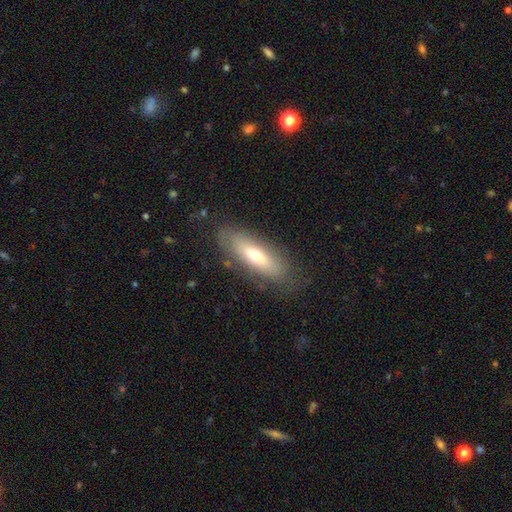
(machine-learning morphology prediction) A smooth galaxy with no disk features (56%) that is in between round and cigar-shaped (55%).

Vote fractions:
- Smooth or featured? smooth: 56% / featured or disk: 36% / star or artifact: 8%
- How rounded? in between: 55% / cigar-shaped: 42% / round: 3%
- Merging? none: 78% / minor disturbance: 15% / major disturbance: 6% / merger: 2%